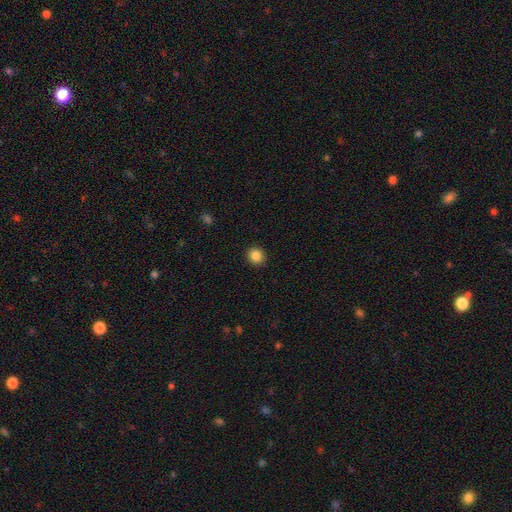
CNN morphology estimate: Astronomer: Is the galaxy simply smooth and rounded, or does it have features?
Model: smooth — 86%.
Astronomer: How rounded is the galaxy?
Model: round — 84%.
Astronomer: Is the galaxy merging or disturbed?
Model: none — 91%.